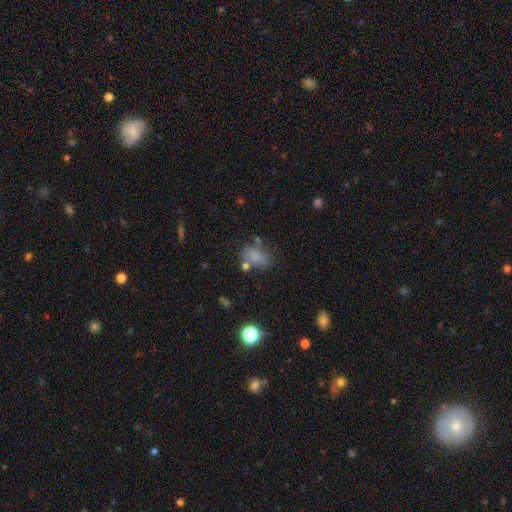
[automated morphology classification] smooth 71%, featured or disk 15%, star or artifact 14%. Down the decision tree: how rounded — in between (81%); merging — none (49%).